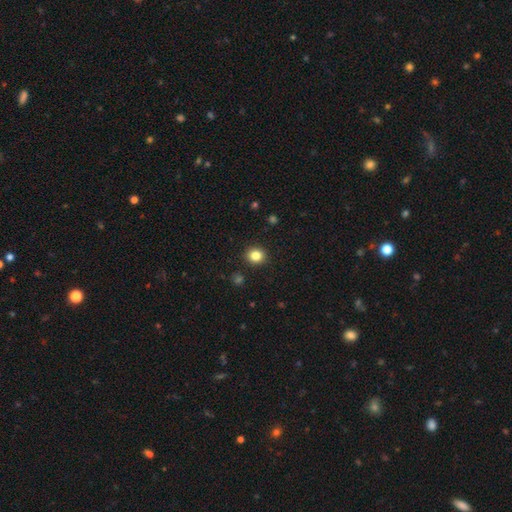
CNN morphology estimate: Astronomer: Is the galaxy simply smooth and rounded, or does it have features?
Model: smooth — 83%.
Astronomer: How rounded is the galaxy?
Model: round — 87%.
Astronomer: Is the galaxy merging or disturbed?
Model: none — 91%.